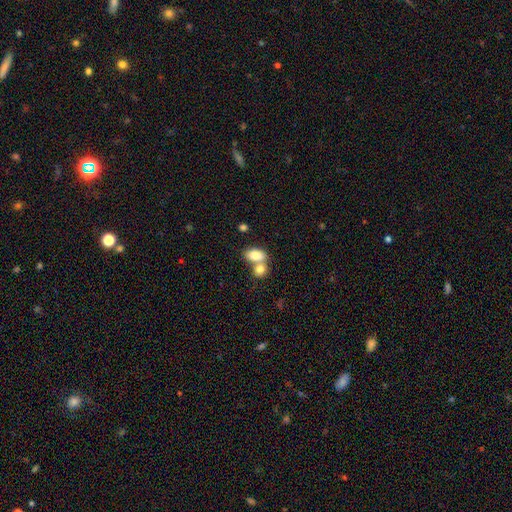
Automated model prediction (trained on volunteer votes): This is clearly a smooth galaxy (82%). How rounded: clearly in between (87%). Merging: possibly merger (54%).